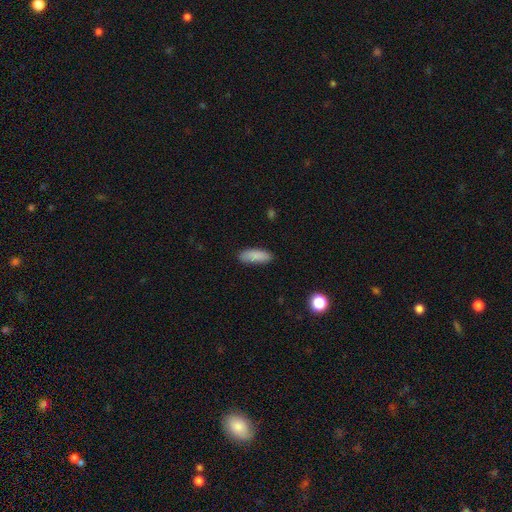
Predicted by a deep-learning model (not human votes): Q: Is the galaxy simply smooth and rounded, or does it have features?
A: smooth — 87%.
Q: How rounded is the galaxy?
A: in between — 68%.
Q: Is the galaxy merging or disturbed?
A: none — 81%.